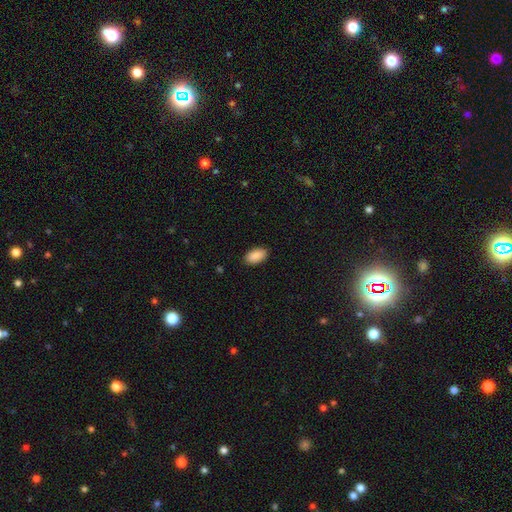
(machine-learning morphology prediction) type=smooth (90%); roundness=in between (95%); merging=none (88%).